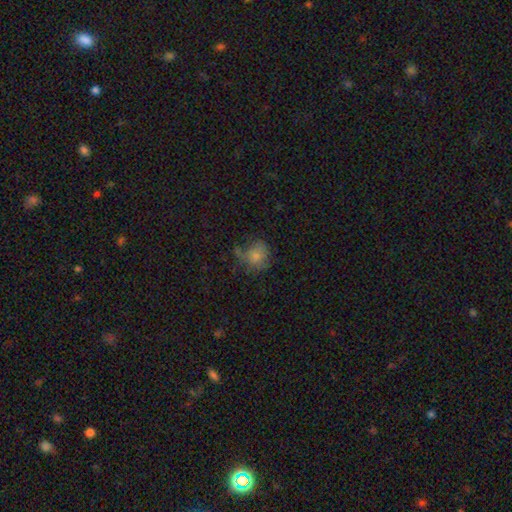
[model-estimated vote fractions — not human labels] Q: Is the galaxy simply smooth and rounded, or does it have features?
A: smooth — 65%.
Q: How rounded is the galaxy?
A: round — 73%.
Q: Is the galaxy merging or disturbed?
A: none — 52%.